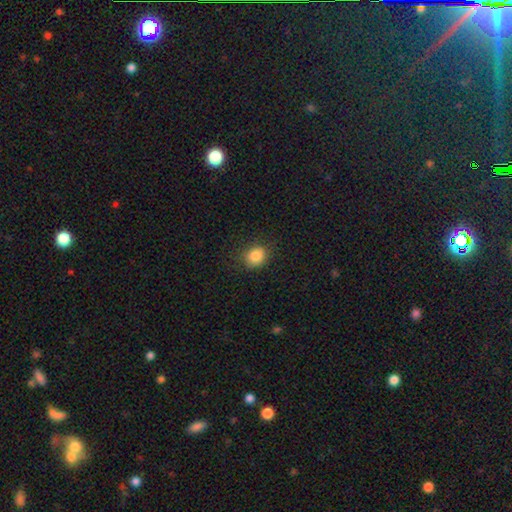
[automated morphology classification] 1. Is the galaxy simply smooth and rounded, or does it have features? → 85% smooth, 10% star or artifact, 5% featured or disk.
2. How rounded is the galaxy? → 59% round, 40% in between, 1% cigar-shaped.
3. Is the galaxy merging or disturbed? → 82% none, 13% minor disturbance, 4% major disturbance, 1% merger.